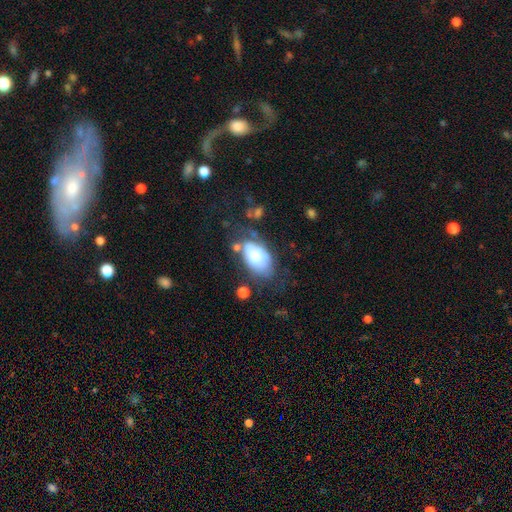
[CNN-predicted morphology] The model was most divided on "merging": none: 45%, minor disturbance: 28%, major disturbance: 18%, merger: 9%. More confident: how rounded — in between (91%); smooth or featured — smooth (65%).